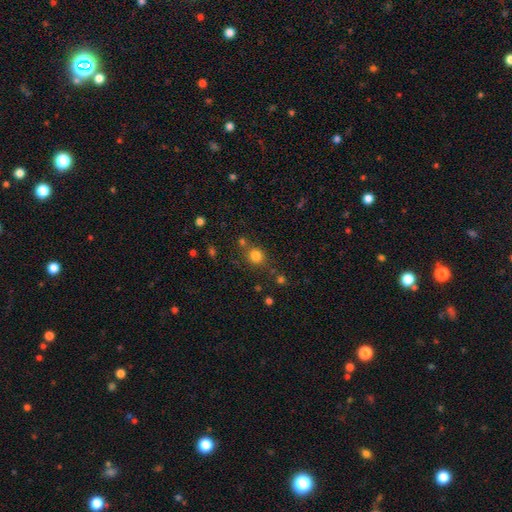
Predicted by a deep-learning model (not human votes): Overall: smooth (80%). How rounded: round (85%). Merging: none (75%).